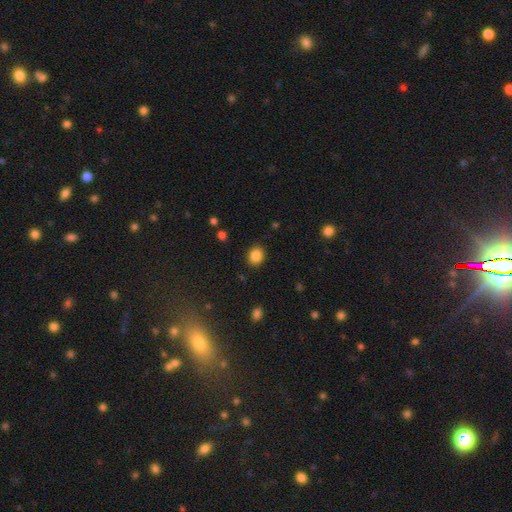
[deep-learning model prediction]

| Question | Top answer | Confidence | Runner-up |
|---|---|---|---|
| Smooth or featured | smooth | 85% | star or artifact (10%) |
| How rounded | round | 65% | in between (34%) |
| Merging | none | 88% | minor disturbance (8%) |